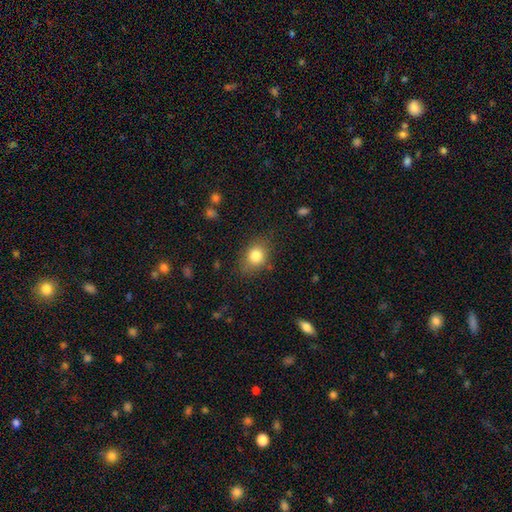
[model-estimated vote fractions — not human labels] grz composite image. It shows a smooth galaxy with no disk features (81%) that is in between round and cigar-shaped (54%). Merging: none (79%).